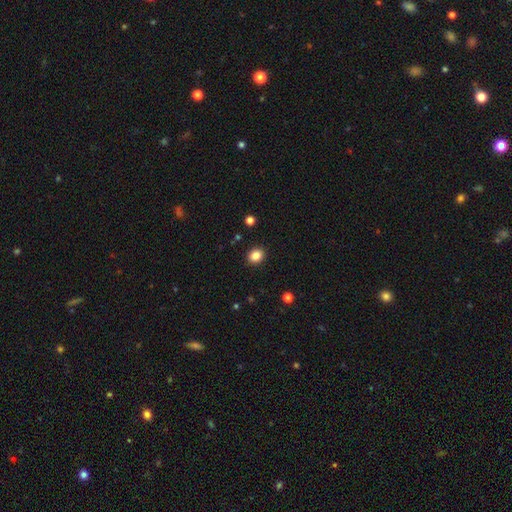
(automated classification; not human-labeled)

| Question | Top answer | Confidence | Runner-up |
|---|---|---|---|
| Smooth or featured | smooth | 85% | star or artifact (10%) |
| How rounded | round | 60% | in between (39%) |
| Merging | none | 91% | minor disturbance (6%) |